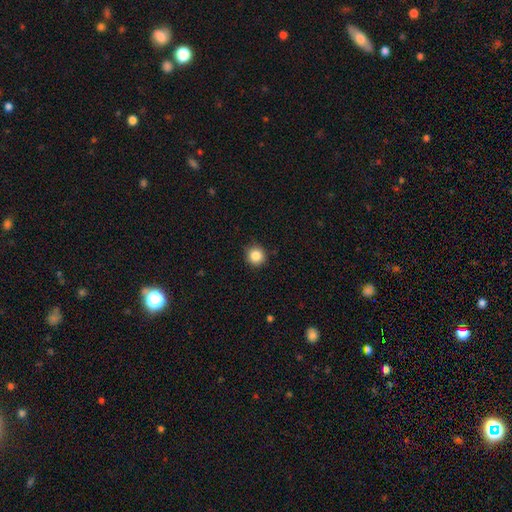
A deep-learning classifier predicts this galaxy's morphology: A smooth galaxy with no disk features (85%) that is round (93%).

Vote fractions:
- Smooth or featured? smooth: 85% / star or artifact: 10% / featured or disk: 4%
- How rounded? round: 93% / in between: 6% / cigar-shaped: 1%
- Merging? none: 88% / minor disturbance: 9% / major disturbance: 2% / merger: 1%